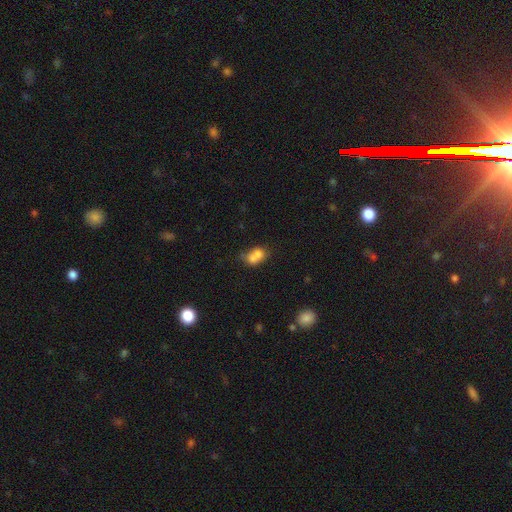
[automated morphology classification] A smooth galaxy with no disk features (69%) that is round (50%).

Vote fractions:
- Smooth or featured? smooth: 69% / featured or disk: 19% / star or artifact: 11%
- How rounded? round: 50% / in between: 48% / cigar-shaped: 2%
- Merging? merger: 63% / none: 24% / minor disturbance: 9% / major disturbance: 4%